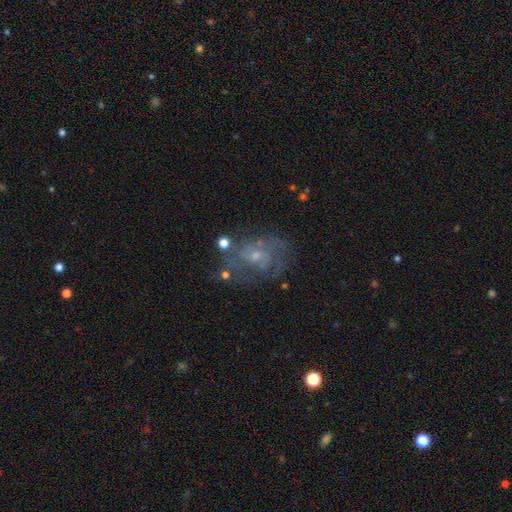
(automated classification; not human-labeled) Smooth or featured? featured or disk (72%)
Edge-on disk? no (97%)
Bar? no (66%)
Spiral arms? yes (82%)
Spiral winding? medium (43%)
Spiral arm count? can't tell (40%)
Bulge size? small (66%)
Merging? none (59%)